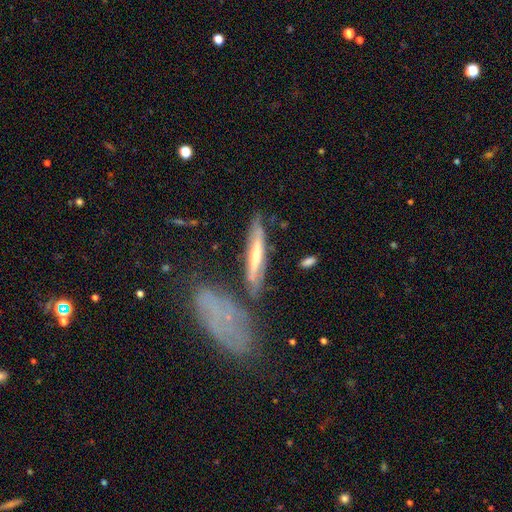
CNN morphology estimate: smooth-or-featured: featured or disk: 64% | smooth: 30% | star or artifact: 6%
  disk-edge-on: yes: 80% | no: 20%
    edge-on-bulge: rounded: 66% | none: 28% | boxy: 6%
  merging: none: 72% | minor disturbance: 16% | merger: 8% | major disturbance: 5%